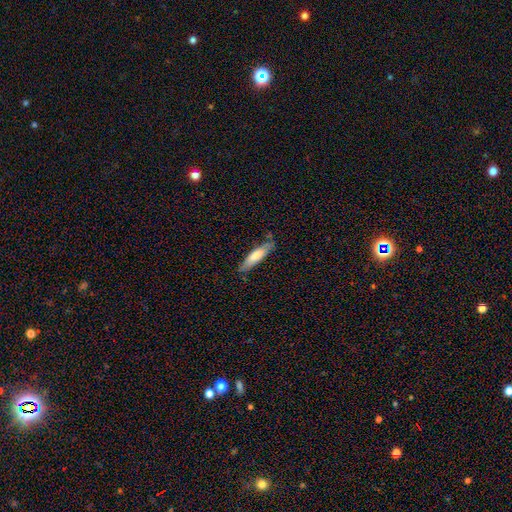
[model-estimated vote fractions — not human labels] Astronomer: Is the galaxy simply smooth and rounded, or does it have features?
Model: smooth — 71%.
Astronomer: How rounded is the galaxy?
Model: cigar-shaped — 72%.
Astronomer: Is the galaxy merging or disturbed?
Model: none — 73%.